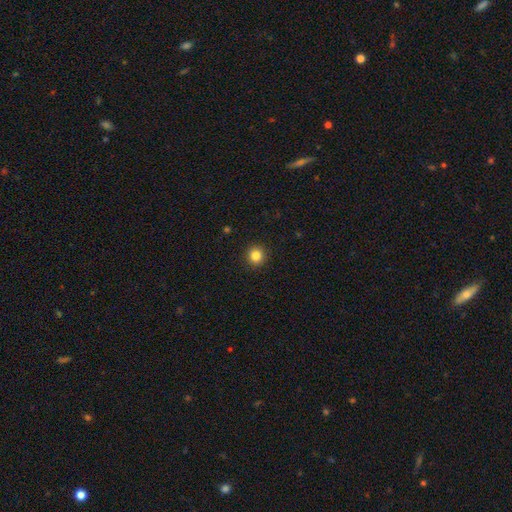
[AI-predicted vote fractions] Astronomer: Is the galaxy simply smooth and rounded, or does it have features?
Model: smooth — 85%.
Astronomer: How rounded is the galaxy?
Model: round — 93%.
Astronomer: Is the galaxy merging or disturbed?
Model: none — 93%.